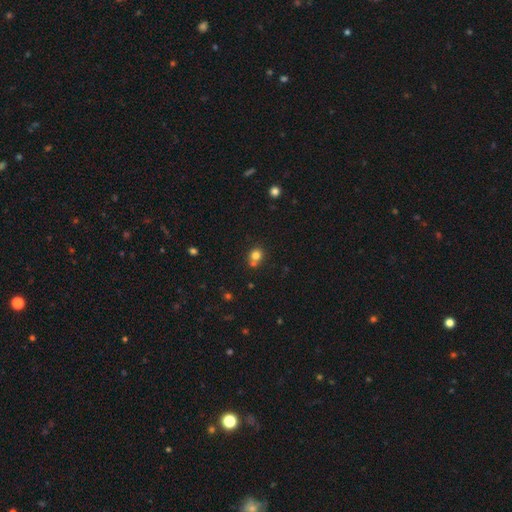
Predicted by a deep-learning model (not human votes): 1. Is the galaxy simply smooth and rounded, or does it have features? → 78% smooth, 13% star or artifact, 8% featured or disk.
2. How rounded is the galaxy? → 80% round, 19% in between, 1% cigar-shaped.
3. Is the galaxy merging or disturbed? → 56% none, 31% merger, 10% minor disturbance, 3% major disturbance.